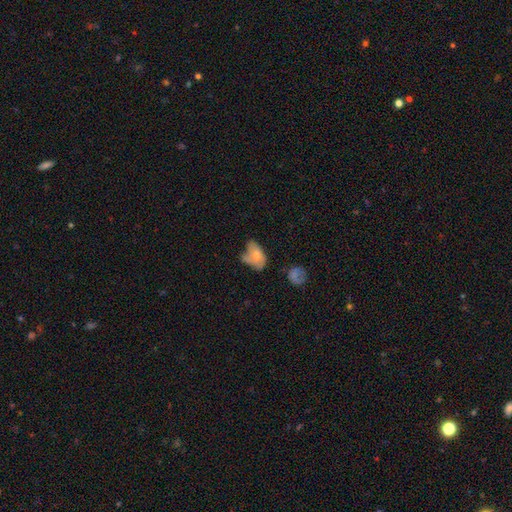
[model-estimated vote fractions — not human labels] A smooth galaxy with no disk features (63%) that is in between round and cigar-shaped (86%). Merging: minor disturbance (35%).